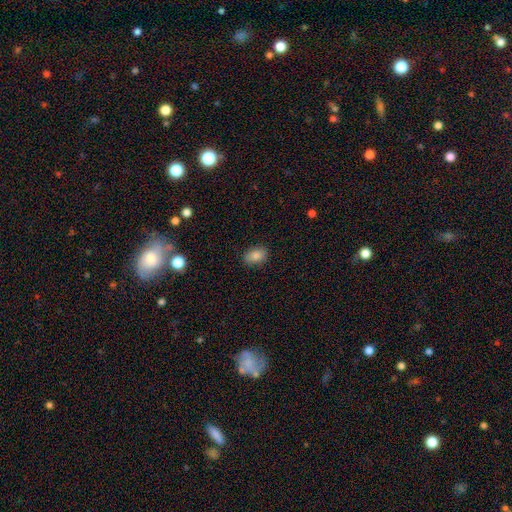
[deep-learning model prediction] smooth 84%, star or artifact 9%, featured or disk 7%. Down the decision tree: how rounded — in between (85%); merging — none (86%).